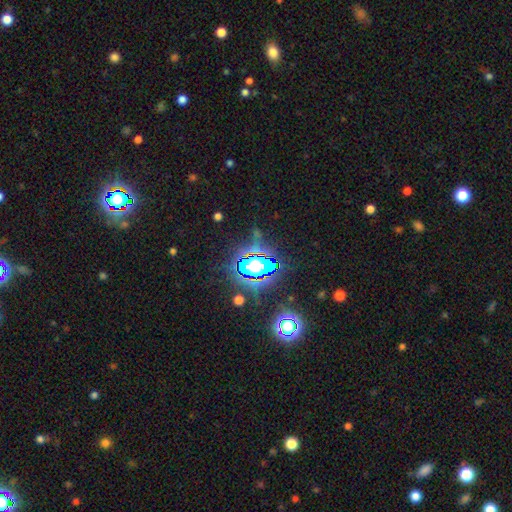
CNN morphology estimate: Smooth or featured? Predicted: star or artifact (p=0.82).